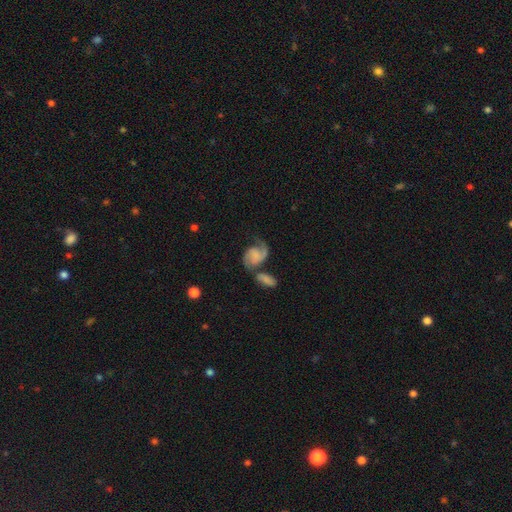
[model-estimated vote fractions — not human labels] Smooth or featured: featured or disk — 70% (smooth — 22%)
Edge-on disk: no — 97% (yes — 3%)
Bar: no — 62% (weak — 31%)
Spiral arms: yes — 93% (no — 7%)
Spiral winding: medium — 44% (loose — 38%)
Spiral arm count: 2 — 78% (1 — 14%)
Bulge size: none — 57% (small — 19%)
Merging: none — 39% (merger — 27%)